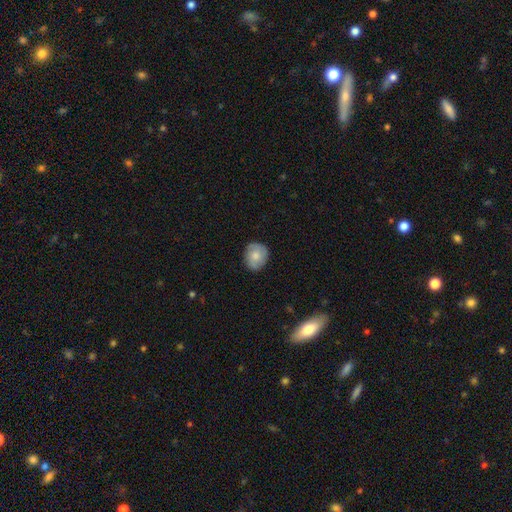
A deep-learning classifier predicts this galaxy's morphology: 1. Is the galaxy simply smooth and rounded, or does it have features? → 68% smooth, 25% featured or disk, 7% star or artifact.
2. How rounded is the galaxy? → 70% round, 29% in between, 1% cigar-shaped.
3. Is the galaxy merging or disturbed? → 81% none, 15% minor disturbance, 3% major disturbance, 1% merger.